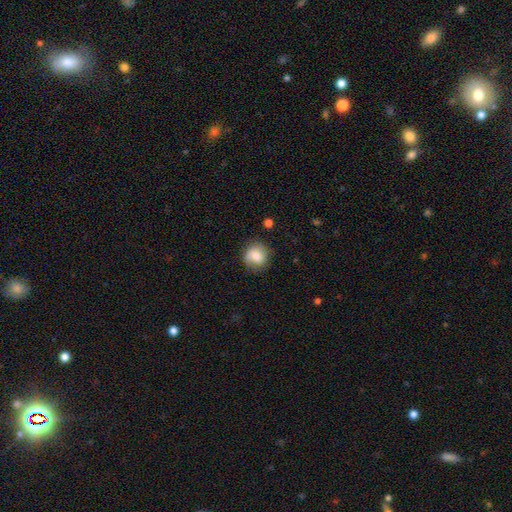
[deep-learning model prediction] smooth_or_featured: smooth (p=0.55) [alt: featured or disk p=0.36]
how_rounded: round (p=0.85) [alt: in between p=0.14]
merging: none (p=0.76) [alt: minor disturbance p=0.17]